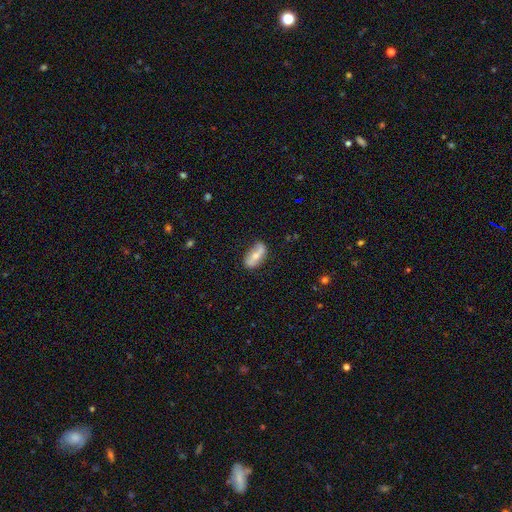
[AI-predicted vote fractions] smooth_or_featured: smooth (p=0.48) [alt: featured or disk p=0.45]
merging: none (p=0.72) [alt: minor disturbance p=0.21]